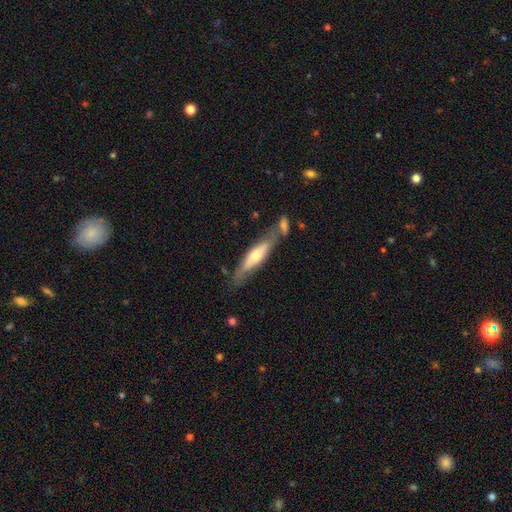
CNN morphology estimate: Overall: featured or disk (52%; smooth 42%). Edge-on disk: yes (72%). Merging: none (61%).